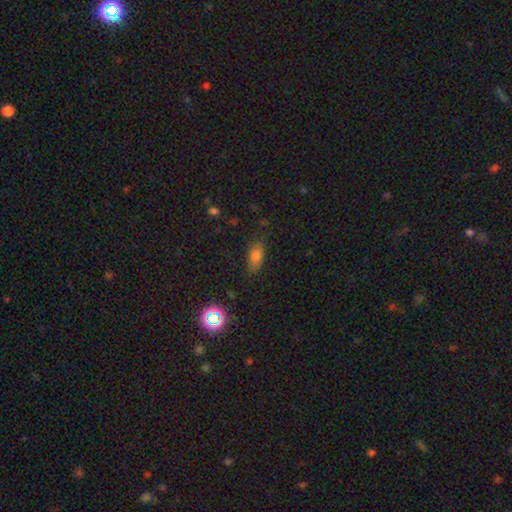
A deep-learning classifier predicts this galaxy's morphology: This is likely a smooth galaxy (74%). How rounded: clearly in between (83%). Merging: likely none (80%).